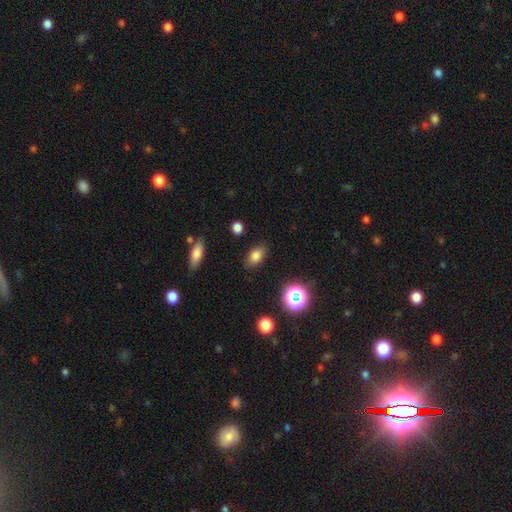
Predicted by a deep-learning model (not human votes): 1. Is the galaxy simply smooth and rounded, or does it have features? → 80% smooth, 12% star or artifact, 8% featured or disk.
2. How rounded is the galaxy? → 84% in between, 13% round, 3% cigar-shaped.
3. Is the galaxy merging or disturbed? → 85% none, 11% minor disturbance, 3% major disturbance, 2% merger.